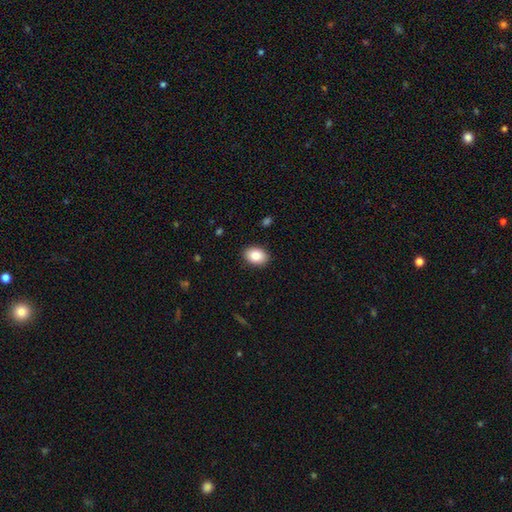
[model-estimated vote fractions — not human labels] Smooth or featured? Predicted: smooth (p=0.86). How rounded? Predicted: in between (p=0.78). Merging? Predicted: none (p=0.90).